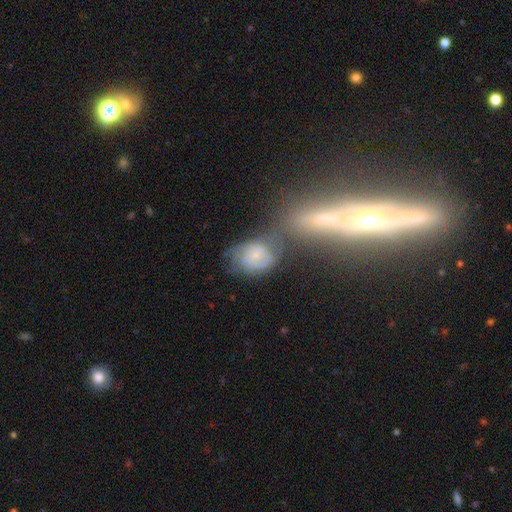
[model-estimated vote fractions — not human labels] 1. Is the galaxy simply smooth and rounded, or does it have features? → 61% featured or disk, 28% smooth, 10% star or artifact.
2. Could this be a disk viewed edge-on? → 96% no, 4% yes.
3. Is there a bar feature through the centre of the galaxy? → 72% no, 23% weak, 5% strong.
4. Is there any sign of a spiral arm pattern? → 85% yes, 15% no.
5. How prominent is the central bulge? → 69% small, 18% moderate, 9% none, 2% large, 2% dominant.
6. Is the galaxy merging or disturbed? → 40% merger, 33% none, 15% minor disturbance, 12% major disturbance.